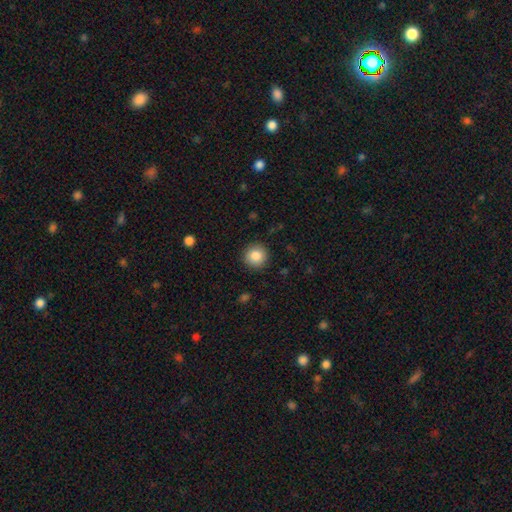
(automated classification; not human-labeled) Smooth or featured? Predicted: smooth (p=0.85). How rounded? Predicted: round (p=0.94). Merging? Predicted: none (p=0.91).